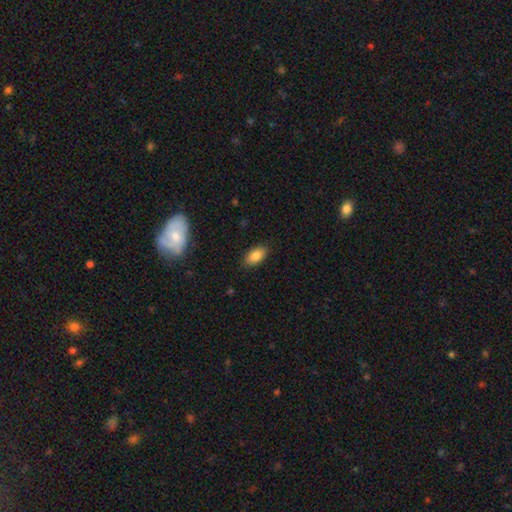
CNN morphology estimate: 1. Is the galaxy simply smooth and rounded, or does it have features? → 84% smooth, 9% featured or disk, 8% star or artifact.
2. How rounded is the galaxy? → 92% in between, 4% cigar-shaped, 4% round.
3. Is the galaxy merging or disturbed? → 88% none, 9% minor disturbance, 2% major disturbance, 1% merger.